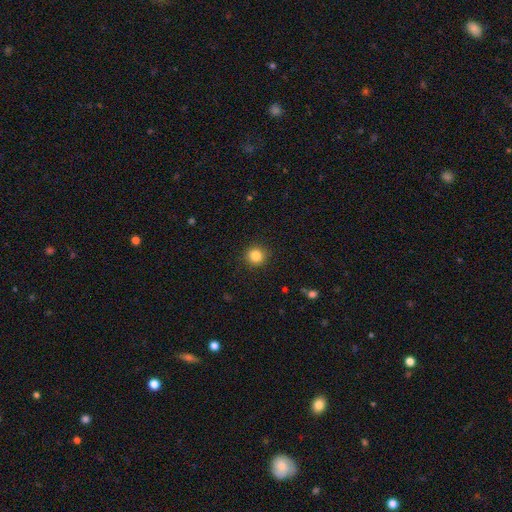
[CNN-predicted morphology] A smooth galaxy with no disk features (84%) that is round (94%). Merging: none (91%).